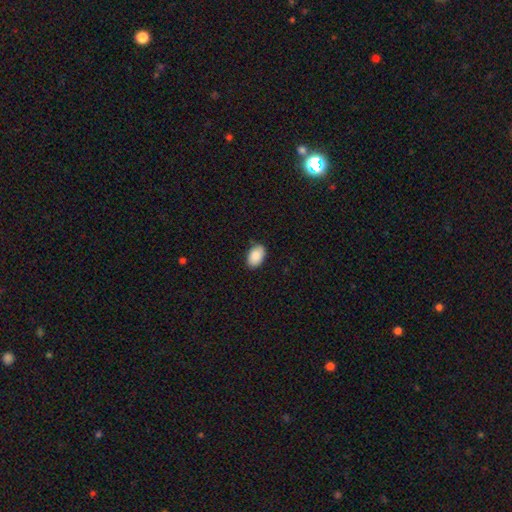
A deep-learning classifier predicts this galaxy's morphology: type=smooth (87%); roundness=in between (91%); merging=none (84%).